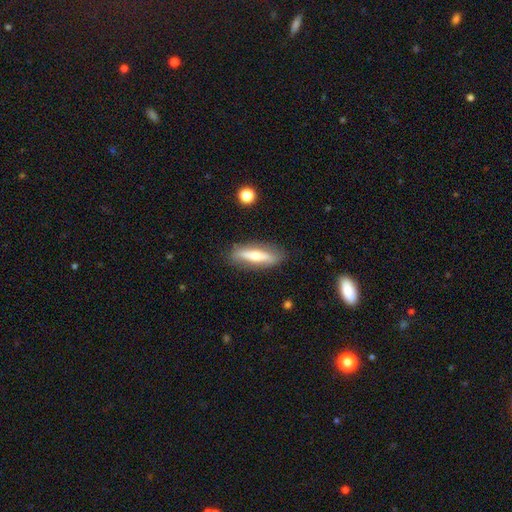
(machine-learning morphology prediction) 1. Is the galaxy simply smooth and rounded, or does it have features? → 52% featured or disk, 42% smooth, 6% star or artifact.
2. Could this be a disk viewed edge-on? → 77% yes, 23% no.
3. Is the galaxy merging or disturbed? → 84% none, 12% minor disturbance, 3% major disturbance, 2% merger.